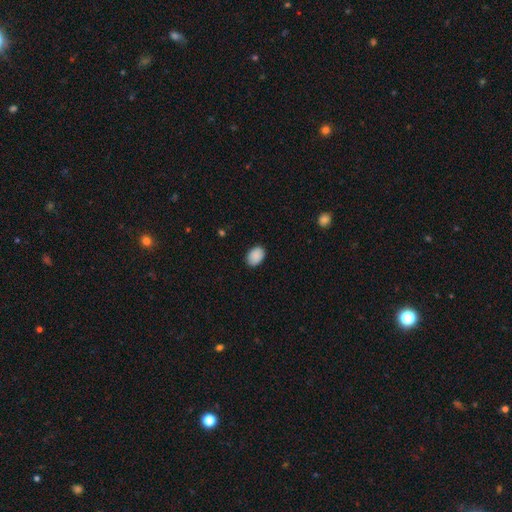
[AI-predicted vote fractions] Q: Smooth or featured?
A: smooth (90%); runner-up: star or artifact (7%)
Q: How rounded?
A: in between (81%); runner-up: round (18%)
Q: Merging?
A: none (87%); runner-up: minor disturbance (10%)